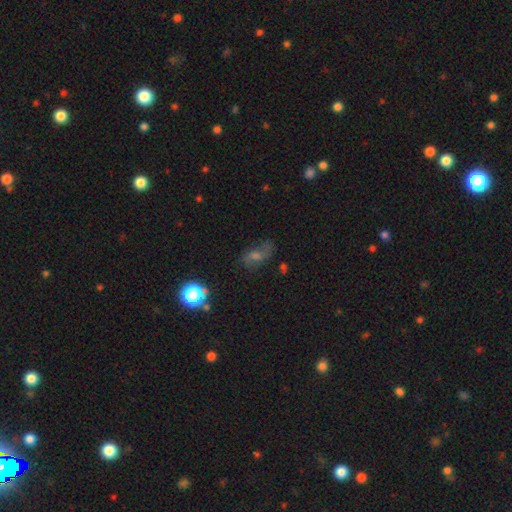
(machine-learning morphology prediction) A featured or disk galaxy (47%). Merging: none (68%).